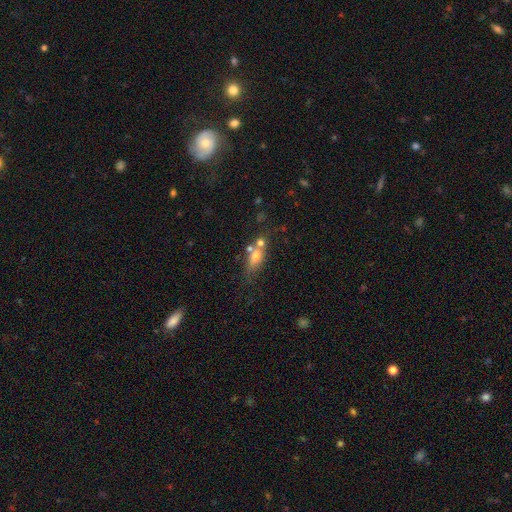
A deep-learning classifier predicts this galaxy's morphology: smooth 64%, featured or disk 24%, star or artifact 12%. Down the decision tree: how rounded — in between (65%); merging — none (45%).